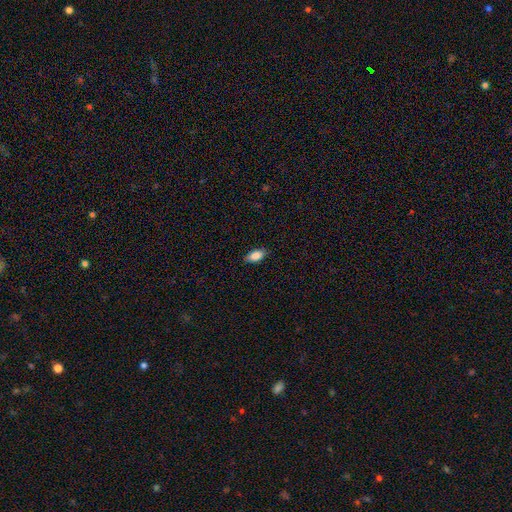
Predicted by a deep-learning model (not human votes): Smooth or featured?
  - smooth: 85% *
  - featured or disk: 8%
  - star or artifact: 7%
How rounded?
  - in between: 89% *
  - cigar-shaped: 8%
  - round: 3%
Merging?
  - none: 86% *
  - minor disturbance: 11%
  - major disturbance: 2%
  - merger: 1%